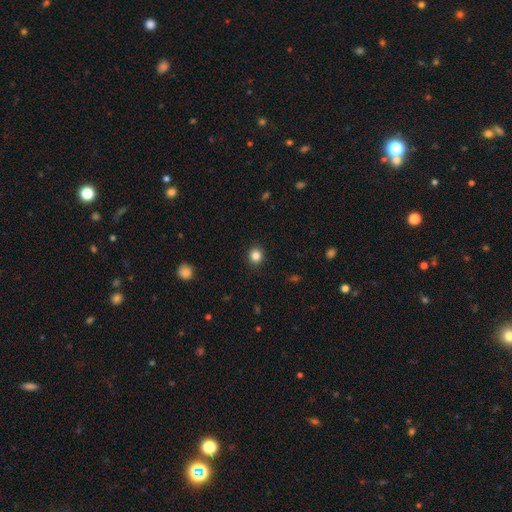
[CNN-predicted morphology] A smooth galaxy with no disk features (84%) that is round (89%). Merging: none (91%).